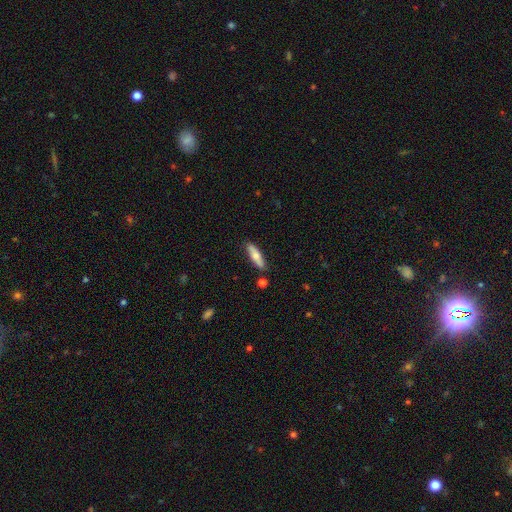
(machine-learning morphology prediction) A smooth galaxy with no disk features (66%) that is cigar-shaped (66%).

Vote fractions:
- Smooth or featured? smooth: 66% / featured or disk: 28% / star or artifact: 6%
- How rounded? cigar-shaped: 66% / in between: 32% / round: 2%
- Merging? none: 83% / minor disturbance: 12% / merger: 3% / major disturbance: 2%